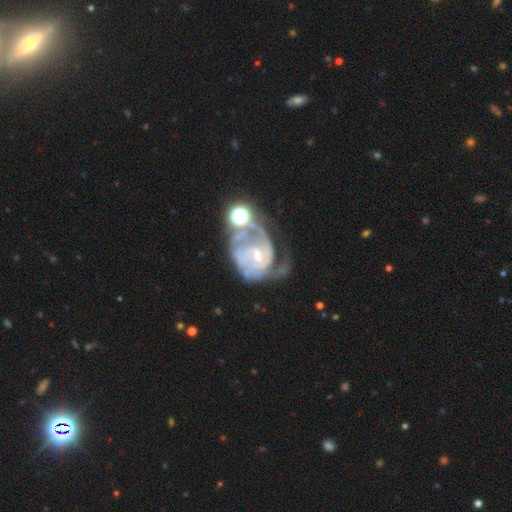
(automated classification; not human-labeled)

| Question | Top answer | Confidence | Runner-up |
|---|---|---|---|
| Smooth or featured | featured or disk | 81% | smooth (10%) |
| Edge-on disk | no | 98% | yes (2%) |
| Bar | weak | 46% | no (41%) |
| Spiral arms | yes | 85% | no (15%) |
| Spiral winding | tight | 45% | medium (38%) |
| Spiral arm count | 2 | 35% | can't tell (33%) |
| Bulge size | small | 50% | moderate (31%) |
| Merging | major disturbance | 38% | none (25%) |